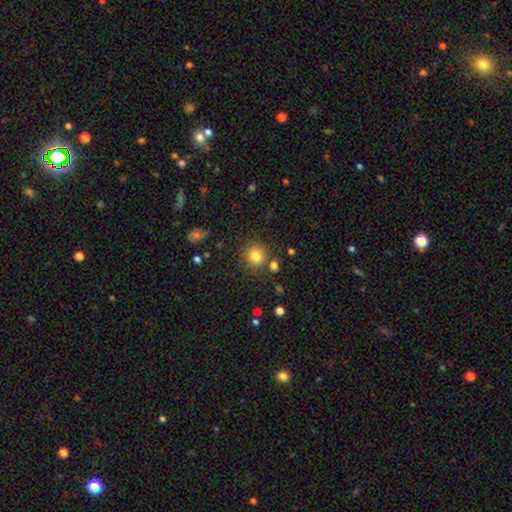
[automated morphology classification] Smooth or featured? smooth (81%)
How rounded? round (91%)
Merging? none (81%)